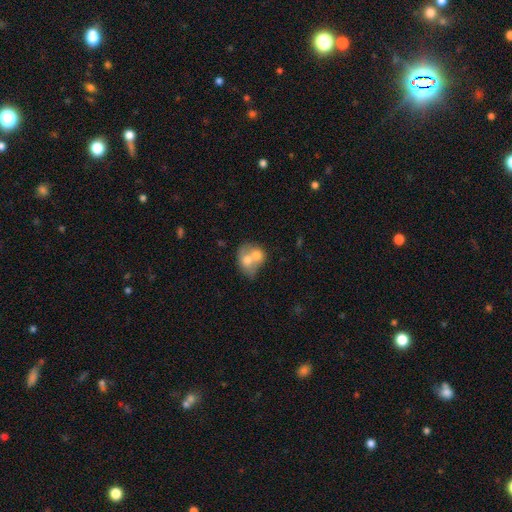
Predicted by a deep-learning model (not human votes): smooth-or-featured: smooth: 61% | featured or disk: 32% | star or artifact: 7%
  how-rounded: in between: 50% | round: 48% | cigar-shaped: 1%
  merging: merger: 75% | none: 15% | minor disturbance: 6% | major disturbance: 4%